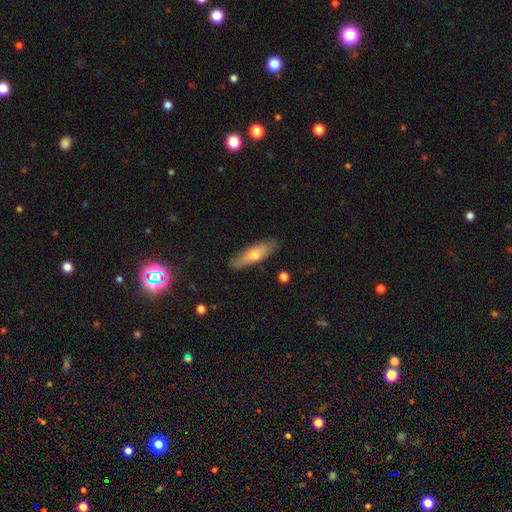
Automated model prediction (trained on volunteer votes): A smooth galaxy with no disk features (60%) that is cigar-shaped (56%).

Vote fractions:
- Smooth or featured? smooth: 60% / featured or disk: 34% / star or artifact: 6%
- How rounded? cigar-shaped: 56% / in between: 41% / round: 2%
- Merging? none: 82% / minor disturbance: 14% / major disturbance: 3% / merger: 2%